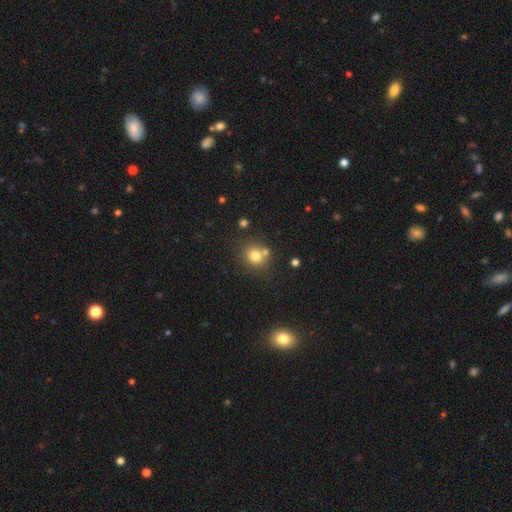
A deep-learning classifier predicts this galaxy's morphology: Smooth or featured? Predicted: smooth (p=0.76). How rounded? Predicted: round (p=0.79). Merging? Predicted: none (p=0.63).